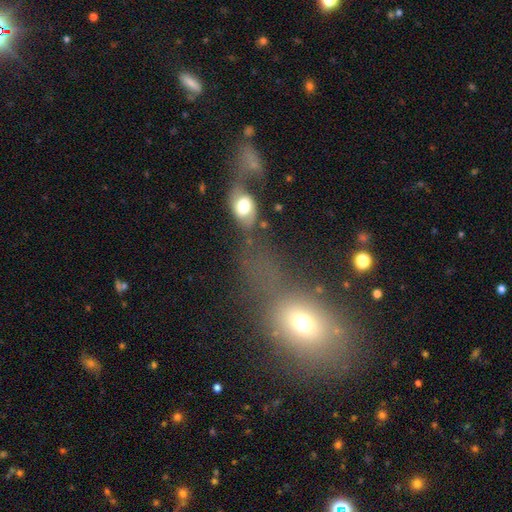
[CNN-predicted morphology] This appears to be a smooth galaxy with no disk features (46%). Merging: merger (38%).